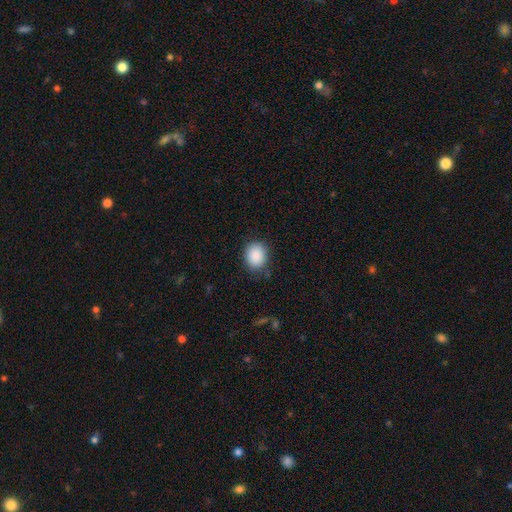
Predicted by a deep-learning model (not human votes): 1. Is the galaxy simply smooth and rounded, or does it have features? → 89% smooth, 8% star or artifact, 3% featured or disk.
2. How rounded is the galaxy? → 57% round, 42% in between, 1% cigar-shaped.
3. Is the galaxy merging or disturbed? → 82% none, 13% minor disturbance, 4% major disturbance, 1% merger.